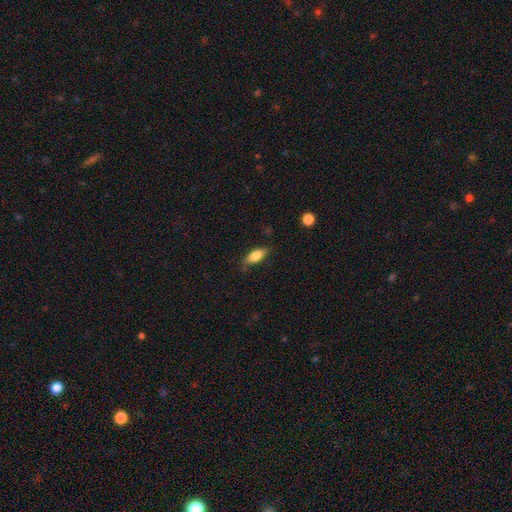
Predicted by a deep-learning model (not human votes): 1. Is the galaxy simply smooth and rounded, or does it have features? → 79% smooth, 14% featured or disk, 7% star or artifact.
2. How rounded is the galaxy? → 78% in between, 19% cigar-shaped, 3% round.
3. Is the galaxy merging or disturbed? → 74% none, 20% minor disturbance, 4% major disturbance, 2% merger.